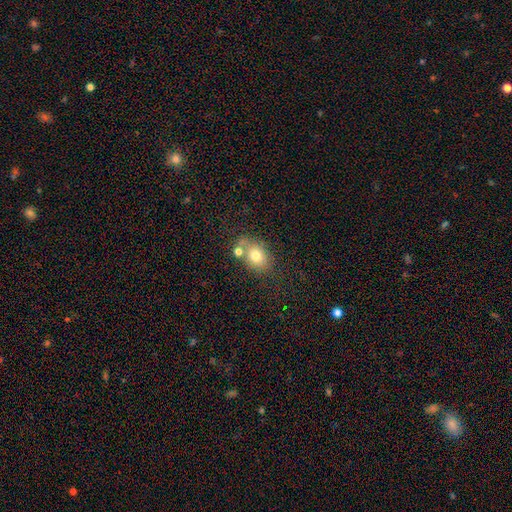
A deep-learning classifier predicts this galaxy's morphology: smooth 74%, featured or disk 16%, star or artifact 10%. Down the decision tree: how rounded — in between (60%); merging — none (52%).